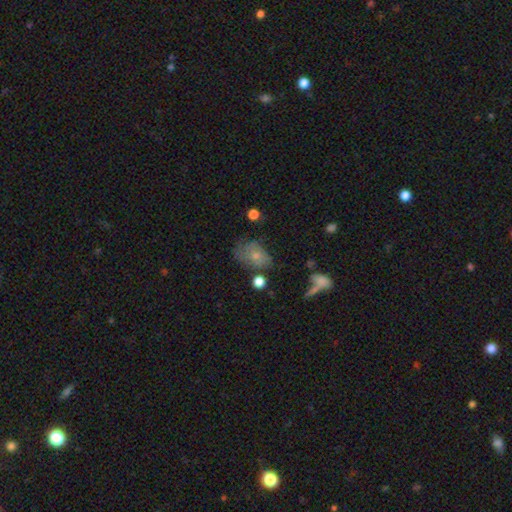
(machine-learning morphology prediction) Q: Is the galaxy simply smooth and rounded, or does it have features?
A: smooth — 64%.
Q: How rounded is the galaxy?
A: in between — 76%.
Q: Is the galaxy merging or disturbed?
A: none — 41%.